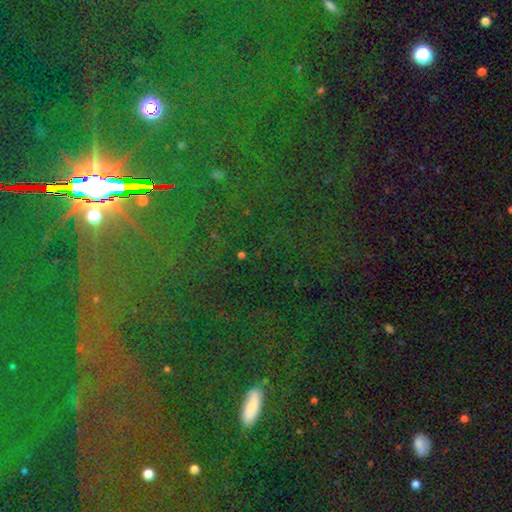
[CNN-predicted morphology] smooth-or-featured: star or artifact: 80% | smooth: 10% | featured or disk: 10%